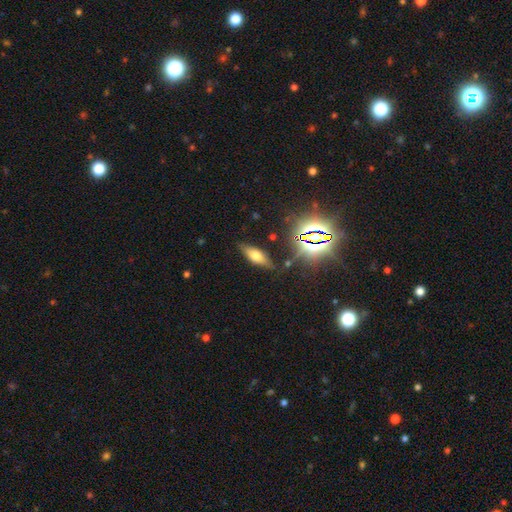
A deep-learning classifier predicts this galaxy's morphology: A smooth galaxy with no disk features (51%) that is in between round and cigar-shaped (63%).

Vote fractions:
- Smooth or featured? smooth: 51% / featured or disk: 31% / star or artifact: 18%
- How rounded? in between: 63% / cigar-shaped: 33% / round: 4%
- Merging? none: 79% / minor disturbance: 14% / major disturbance: 4% / merger: 3%